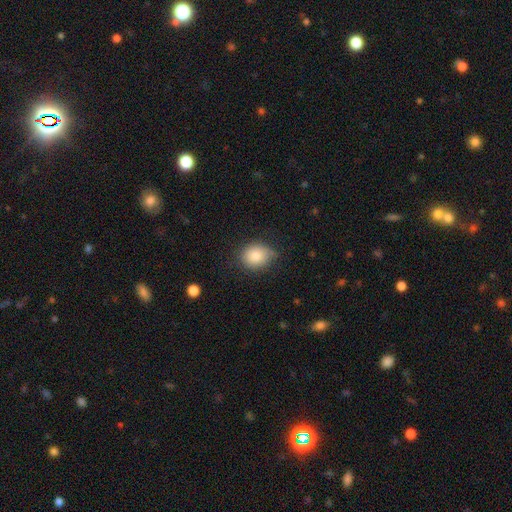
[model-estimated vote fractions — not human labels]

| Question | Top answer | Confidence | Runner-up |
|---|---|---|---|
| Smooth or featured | smooth | 83% | star or artifact (9%) |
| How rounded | round | 57% | in between (42%) |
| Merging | none | 70% | minor disturbance (24%) |